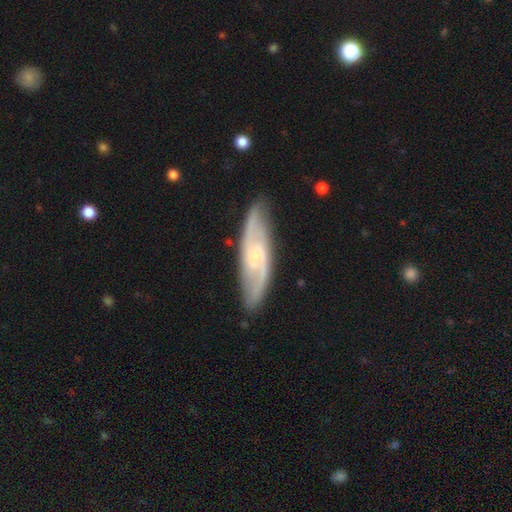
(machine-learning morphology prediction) A featured or disk galaxy (76%) with no bar (51%), 2 (77%) medium (47%) spiral arms (94%) and a small central bulge (60%). Merging: none (81%).